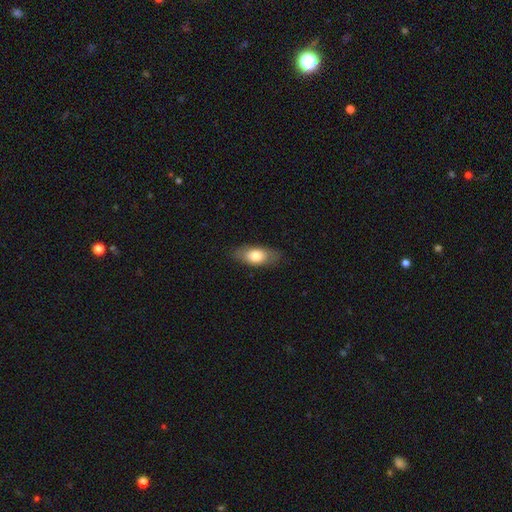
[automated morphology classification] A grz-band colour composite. It shows a smooth galaxy with no disk features (74%) that is in between round and cigar-shaped (85%). Merging: none (82%).